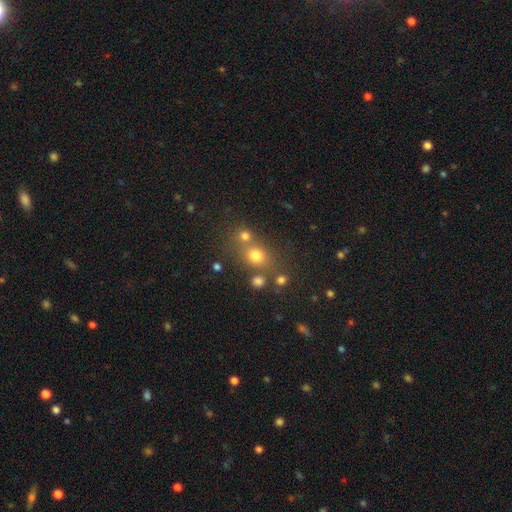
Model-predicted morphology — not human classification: smooth-or-featured: smooth: 69% | star or artifact: 20% | featured or disk: 11%
  how-rounded: round: 70% | in between: 29% | cigar-shaped: 2%
  merging: none: 58% | merger: 28% | minor disturbance: 10% | major disturbance: 4%